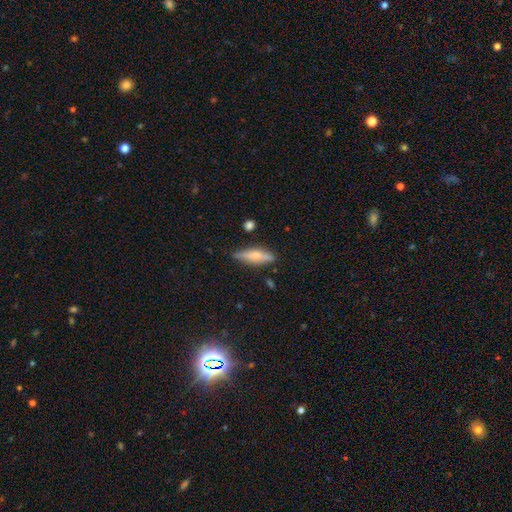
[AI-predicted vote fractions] smooth-or-featured: smooth: 58% | featured or disk: 35% | star or artifact: 7%
  how-rounded: cigar-shaped: 60% | in between: 38% | round: 2%
  merging: none: 77% | minor disturbance: 17% | major disturbance: 3% | merger: 3%